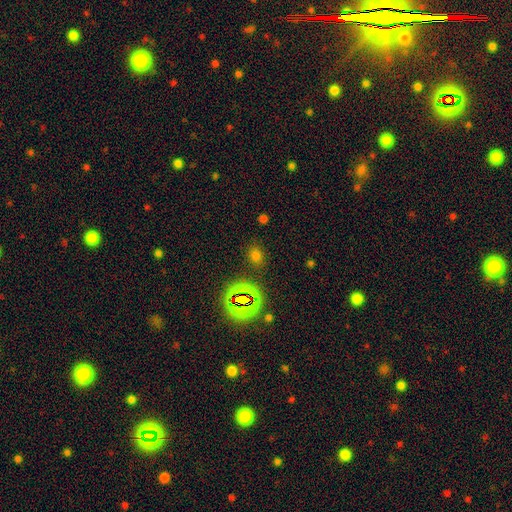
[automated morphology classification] Smooth or featured? smooth (60%)
How rounded? in between (52%)
Merging? none (82%)